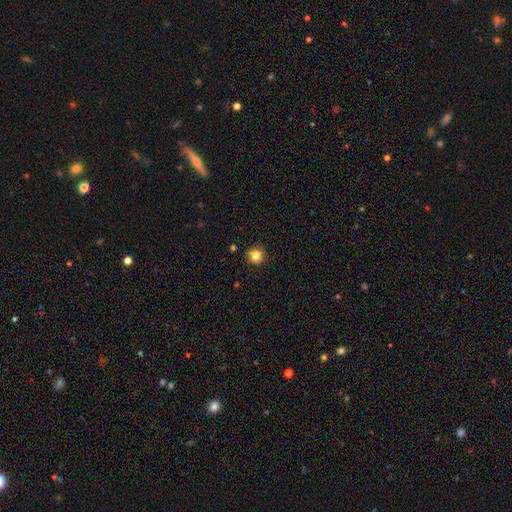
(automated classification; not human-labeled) A smooth galaxy with no disk features (82%) that is round (90%).

Vote fractions:
- Smooth or featured? smooth: 82% / star or artifact: 11% / featured or disk: 6%
- How rounded? round: 90% / in between: 9% / cigar-shaped: 1%
- Merging? none: 86% / minor disturbance: 10% / major disturbance: 2% / merger: 1%